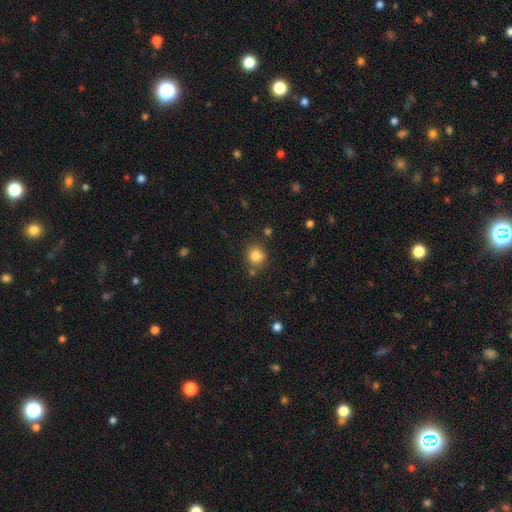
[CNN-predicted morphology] This is clearly a smooth galaxy (83%). How rounded: clearly round (86%). Merging: likely none (78%).